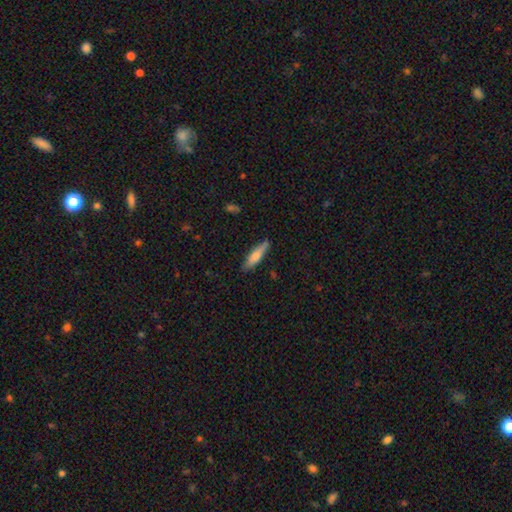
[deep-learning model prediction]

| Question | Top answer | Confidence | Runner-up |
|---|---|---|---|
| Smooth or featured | smooth | 70% | featured or disk (25%) |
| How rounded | cigar-shaped | 74% | in between (24%) |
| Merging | none | 83% | minor disturbance (13%) |